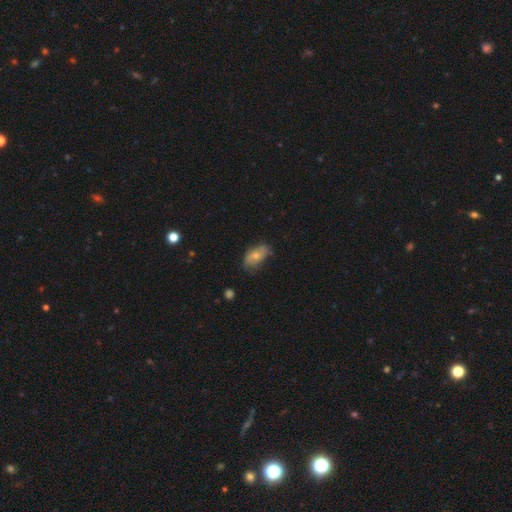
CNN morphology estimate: Smooth or featured: smooth — 55% (featured or disk — 37%)
How rounded: in between — 90% (round — 7%)
Merging: none — 60% (minor disturbance — 30%)